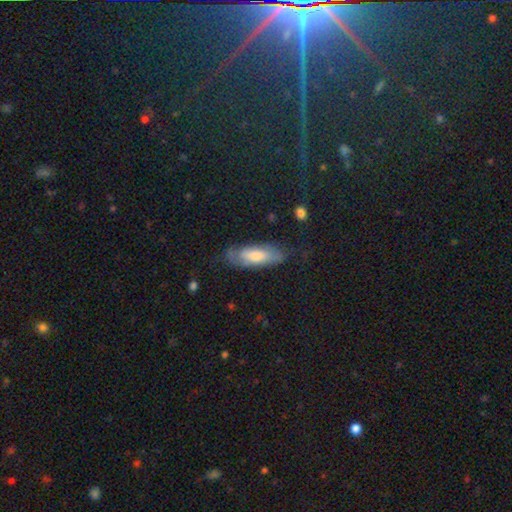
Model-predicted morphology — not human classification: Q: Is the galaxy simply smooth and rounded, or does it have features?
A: smooth — 60%.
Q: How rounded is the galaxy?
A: in between — 61%.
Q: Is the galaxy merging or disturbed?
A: none — 67%.